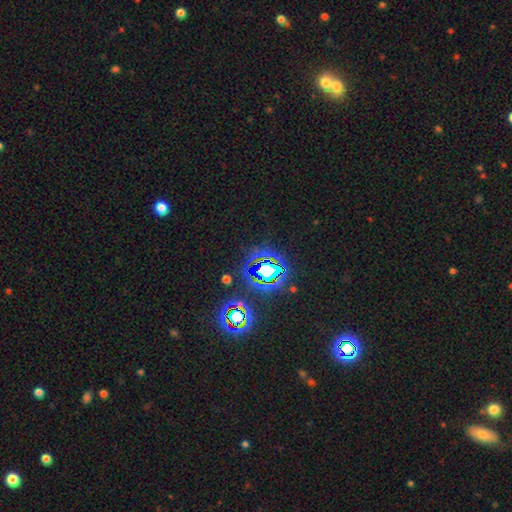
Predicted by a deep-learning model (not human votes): Smooth or featured?
  - star or artifact: 79% *
  - smooth: 13%
  - featured or disk: 8%